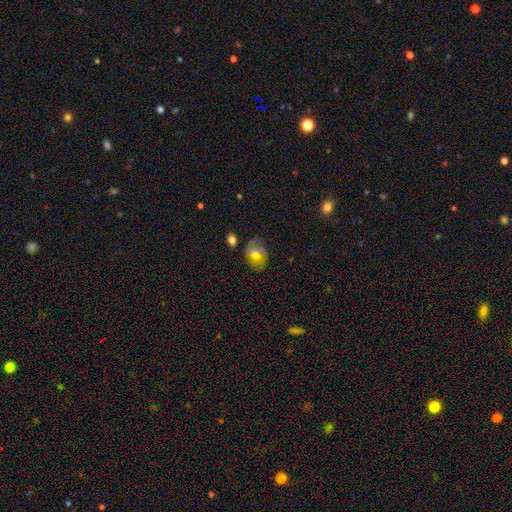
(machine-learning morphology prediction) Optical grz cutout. It shows a smooth galaxy with no disk features (61%) that is in between round and cigar-shaped (64%). Merging: none (66%).